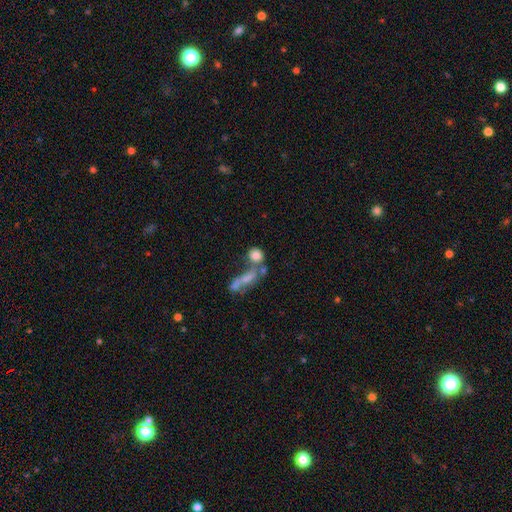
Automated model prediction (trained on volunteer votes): A smooth galaxy with no disk features (75%) that is round (62%). Merging: merger (42%).